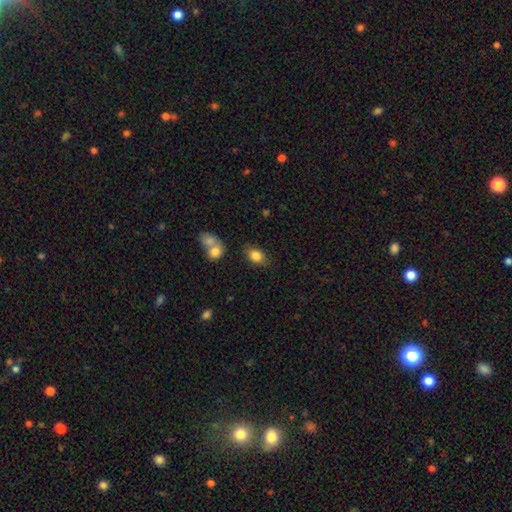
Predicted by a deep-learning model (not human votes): Smooth or featured: smooth — 84% (star or artifact — 9%)
How rounded: in between — 78% (round — 21%)
Merging: none — 74% (minor disturbance — 14%)